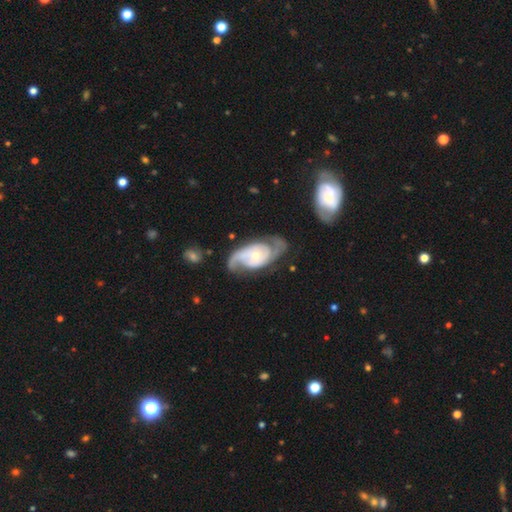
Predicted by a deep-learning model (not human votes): Morphology: type=featured or disk (87%); edge-on=no (96%); bar=no (70%); spiral arms=yes (95%); winding=medium (45%); arm count=2 (85%); bulge=moderate (49%); merging=none (65%).